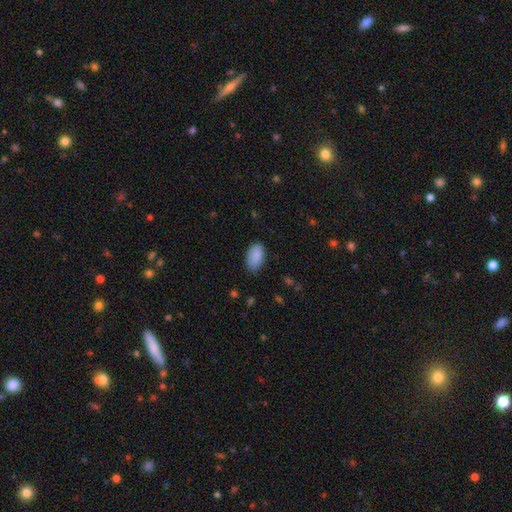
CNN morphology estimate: A smooth galaxy with no disk features (88%) that is in between round and cigar-shaped (94%).

Vote fractions:
- Smooth or featured? smooth: 88% / star or artifact: 7% / featured or disk: 5%
- How rounded? in between: 94% / round: 4% / cigar-shaped: 2%
- Merging? none: 77% / minor disturbance: 19% / major disturbance: 3% / merger: 1%